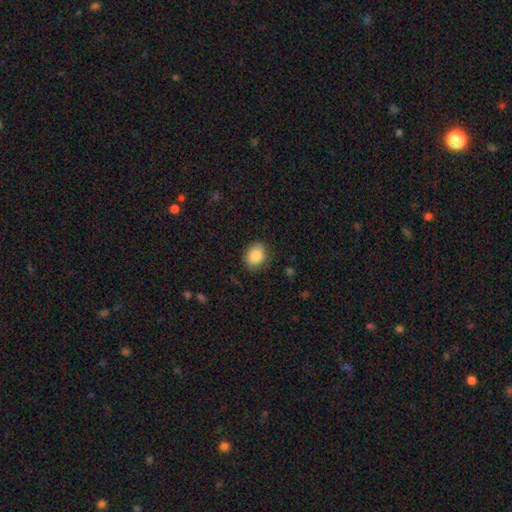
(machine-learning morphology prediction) smooth-or-featured: smooth: 87% | star or artifact: 8% | featured or disk: 5%
  how-rounded: in between: 56% | round: 43% | cigar-shaped: 1%
  merging: none: 83% | minor disturbance: 13% | major disturbance: 3% | merger: 1%